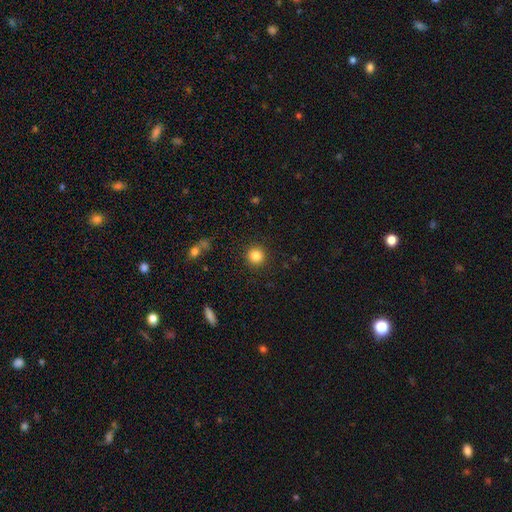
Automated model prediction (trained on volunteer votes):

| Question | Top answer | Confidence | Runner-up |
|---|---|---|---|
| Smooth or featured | smooth | 84% | star or artifact (11%) |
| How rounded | round | 94% | in between (5%) |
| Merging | none | 91% | minor disturbance (5%) |